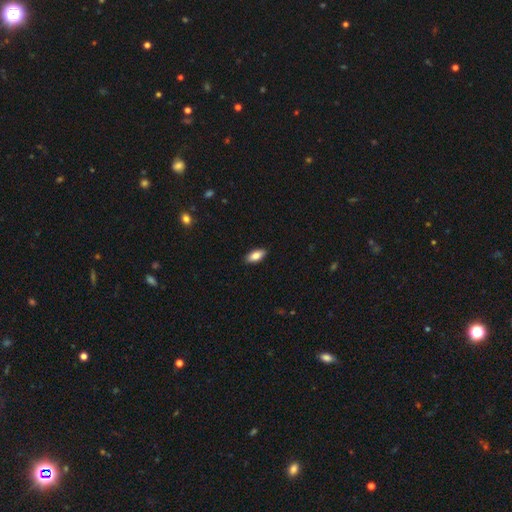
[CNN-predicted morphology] Smooth or featured? Predicted: smooth (p=0.83). How rounded? Predicted: in between (p=0.89). Merging? Predicted: none (p=0.90).